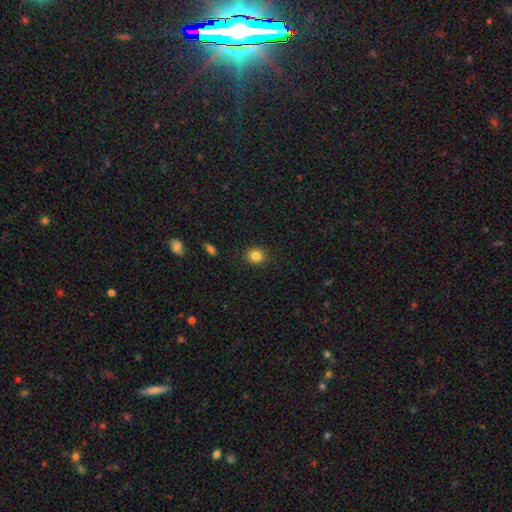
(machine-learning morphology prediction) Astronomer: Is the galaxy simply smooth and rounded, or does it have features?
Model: smooth — 84%.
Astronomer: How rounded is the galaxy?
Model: round — 77%.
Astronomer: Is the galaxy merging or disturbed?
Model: none — 89%.